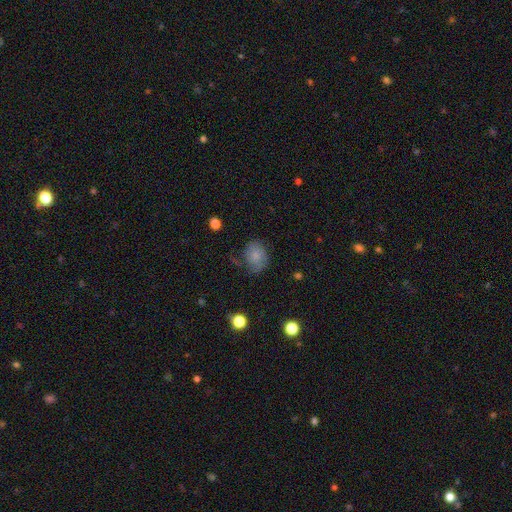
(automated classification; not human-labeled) Smooth or featured: smooth — 72% (featured or disk — 19%)
How rounded: in between — 58% (round — 40%)
Merging: none — 53% (minor disturbance — 29%)